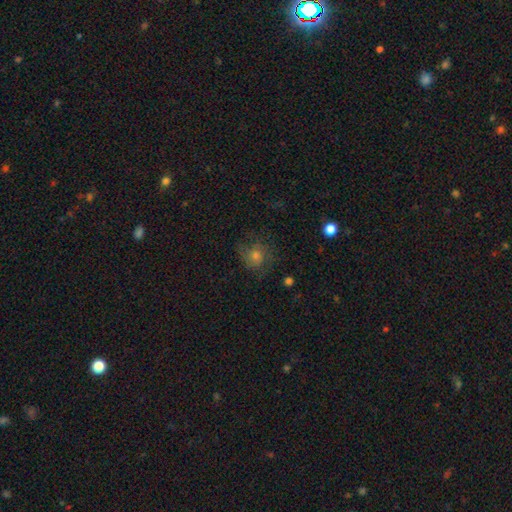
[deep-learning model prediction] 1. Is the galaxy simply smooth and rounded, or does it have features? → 45% smooth, 35% featured or disk, 19% star or artifact.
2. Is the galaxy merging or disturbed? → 69% none, 18% minor disturbance, 12% major disturbance, 1% merger.